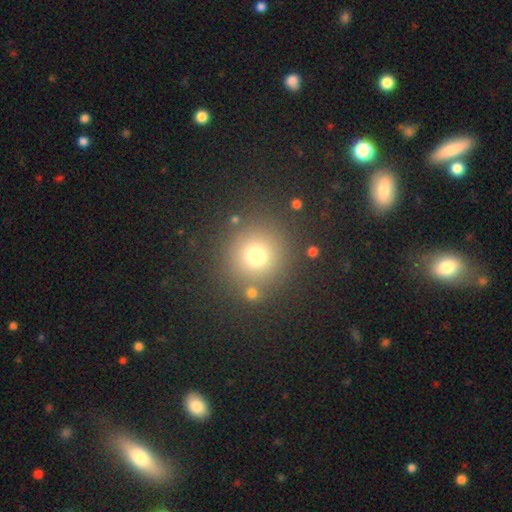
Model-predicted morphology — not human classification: Q: Smooth or featured?
A: smooth (72%); runner-up: star or artifact (19%)
Q: How rounded?
A: round (94%); runner-up: in between (5%)
Q: Merging?
A: none (84%); runner-up: minor disturbance (7%)